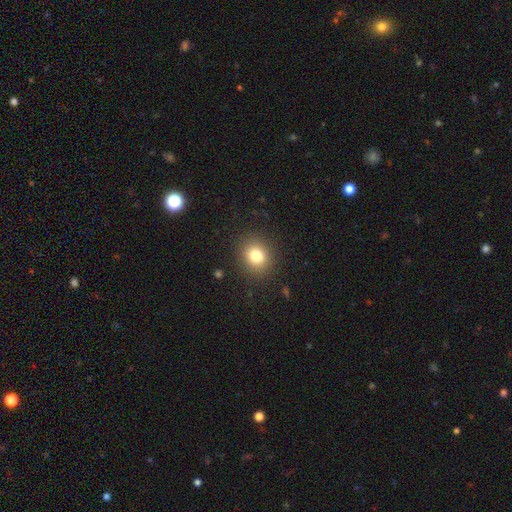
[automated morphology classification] Smooth or featured? smooth (80%)
How rounded? round (71%)
Merging? none (88%)